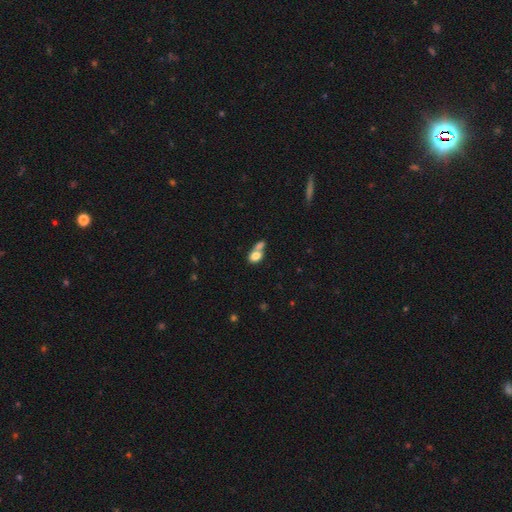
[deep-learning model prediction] smooth-or-featured: smooth: 78% | featured or disk: 13% | star or artifact: 9%
  how-rounded: in between: 75% | round: 22% | cigar-shaped: 3%
  merging: merger: 57% | none: 28% | minor disturbance: 9% | major disturbance: 5%